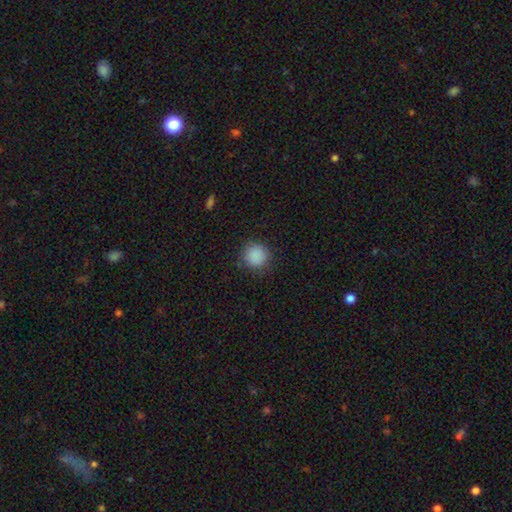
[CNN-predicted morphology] smooth_or_featured: smooth (p=0.88) [alt: star or artifact p=0.09]
how_rounded: round (p=0.93) [alt: in between p=0.06]
merging: none (p=0.88) [alt: minor disturbance p=0.08]